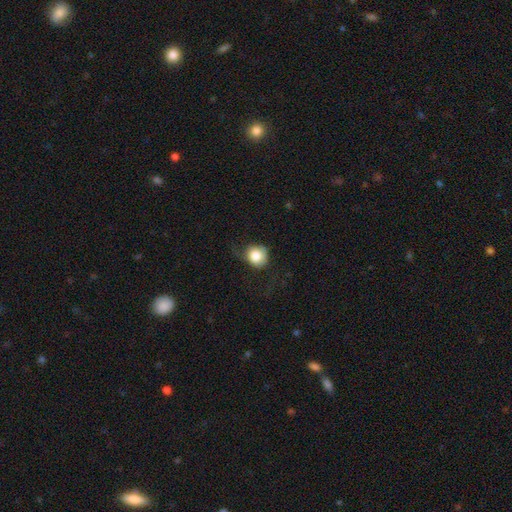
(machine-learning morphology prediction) Smooth or featured: smooth — 81% (featured or disk — 10%)
How rounded: round — 83% (in between — 16%)
Merging: none — 49% (minor disturbance — 30%)